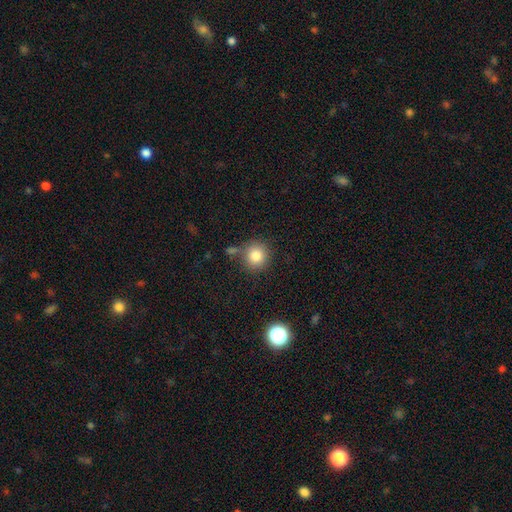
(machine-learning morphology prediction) type=smooth (82%); roundness=round (90%); merging=none (75%).